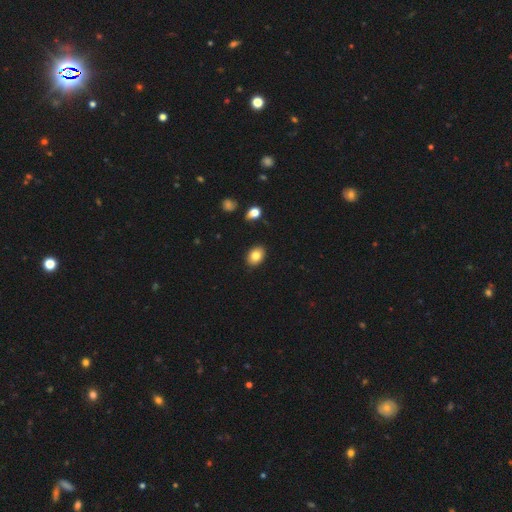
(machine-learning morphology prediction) smooth 83%, featured or disk 9%, star or artifact 9%. Down the decision tree: how rounded — in between (78%); merging — none (88%).